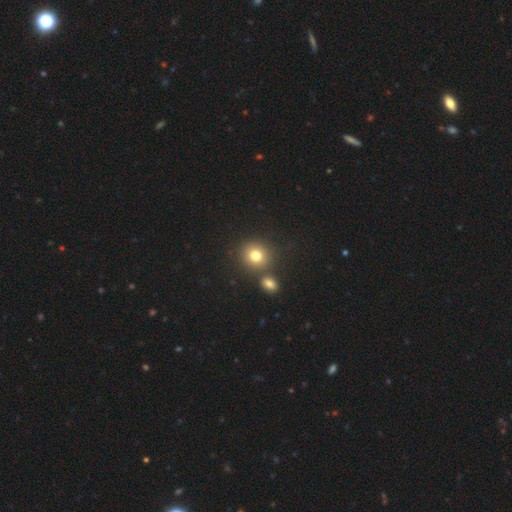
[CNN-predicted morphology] Smooth or featured?
  - smooth: 78% *
  - star or artifact: 14%
  - featured or disk: 9%
How rounded?
  - round: 84% *
  - in between: 15%
  - cigar-shaped: 1%
Merging?
  - none: 73% *
  - merger: 16%
  - minor disturbance: 8%
  - major disturbance: 3%